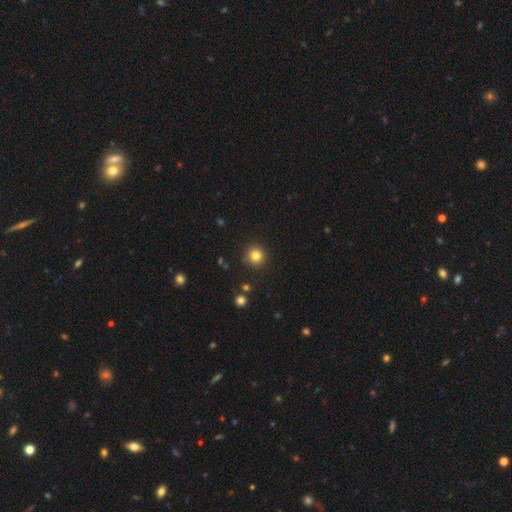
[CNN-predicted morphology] smooth 81%, star or artifact 13%, featured or disk 6%. Down the decision tree: how rounded — round (94%); merging — none (90%).